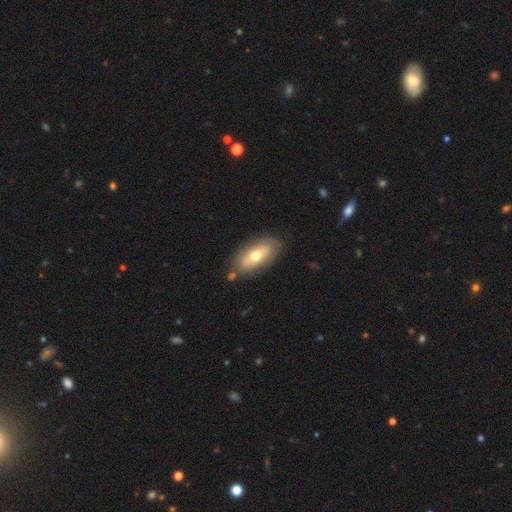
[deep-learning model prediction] Smooth or featured: smooth — 61% (featured or disk — 33%)
How rounded: in between — 85% (cigar-shaped — 11%)
Merging: none — 77% (minor disturbance — 15%)